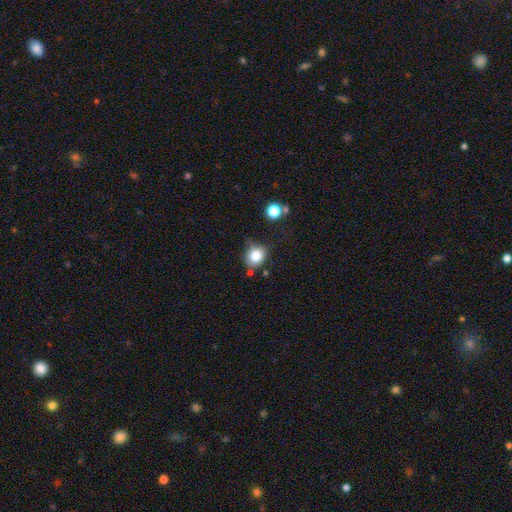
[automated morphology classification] This appears to be a smooth galaxy with no disk features (80%) that is round (68%). Merging: none (58%).